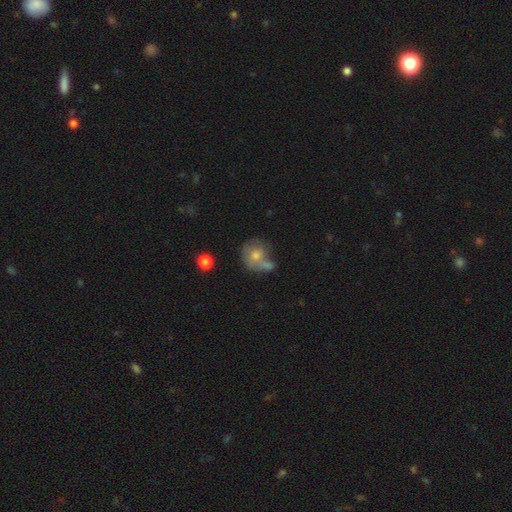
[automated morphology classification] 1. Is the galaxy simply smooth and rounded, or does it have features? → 59% smooth, 29% featured or disk, 12% star or artifact.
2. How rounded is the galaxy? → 76% round, 23% in between, 1% cigar-shaped.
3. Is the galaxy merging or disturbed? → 39% none, 34% merger, 16% minor disturbance, 10% major disturbance.